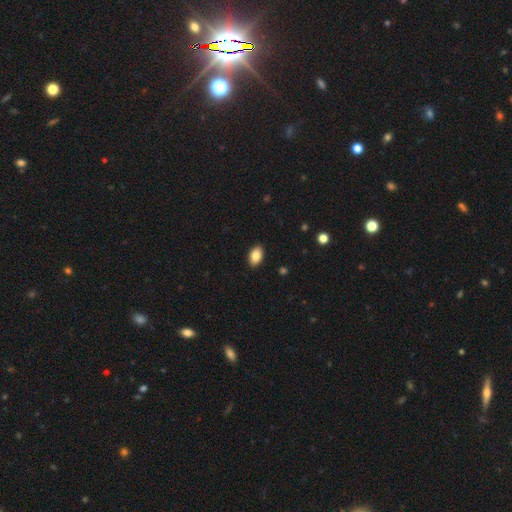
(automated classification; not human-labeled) smooth-or-featured: smooth: 86% | star or artifact: 8% | featured or disk: 7%
  how-rounded: in between: 90% | round: 8% | cigar-shaped: 1%
  merging: none: 90% | minor disturbance: 7% | major disturbance: 2% | merger: 1%